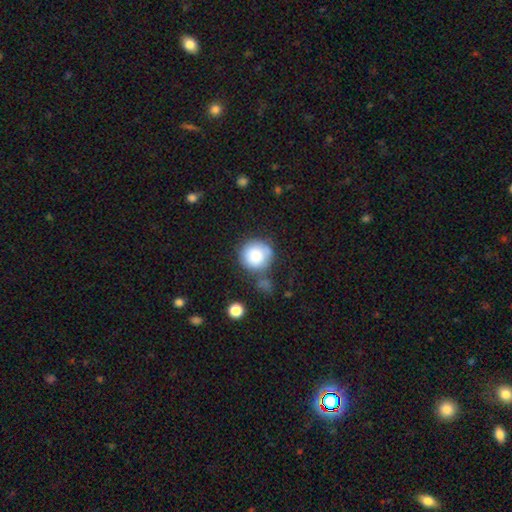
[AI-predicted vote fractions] This is clearly a smooth galaxy (82%). How rounded: clearly round (93%). Merging: possibly none (59%).